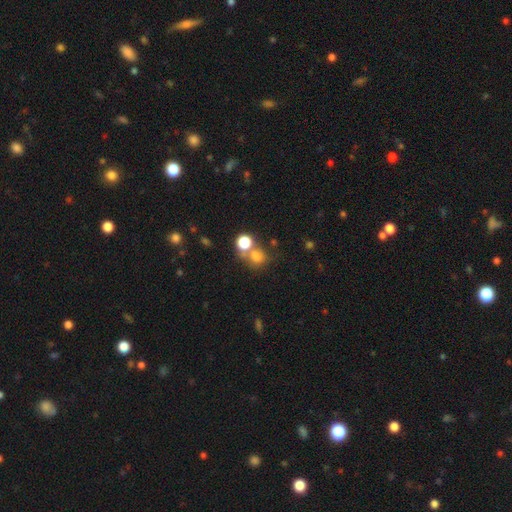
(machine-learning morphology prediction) A smooth galaxy with no disk features (73%) that is round (81%). Merging: none (53%).